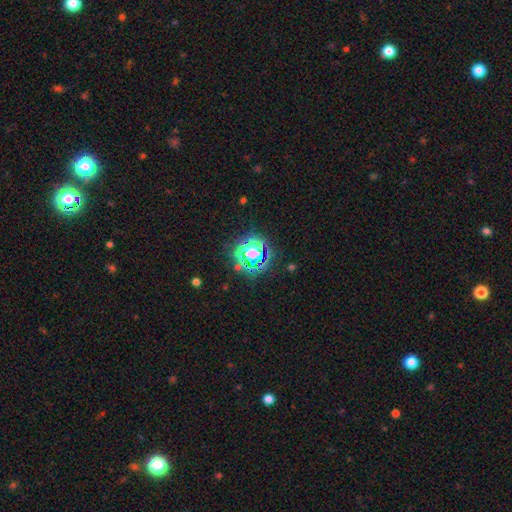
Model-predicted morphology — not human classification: The model was most divided on "smooth or featured": star or artifact: 75%, smooth: 18%, featured or disk: 8%.